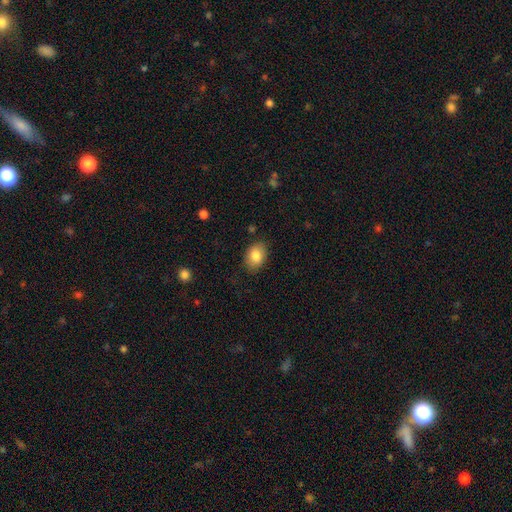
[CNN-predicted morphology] Smooth or featured? smooth (84%)
How rounded? in between (77%)
Merging? none (83%)